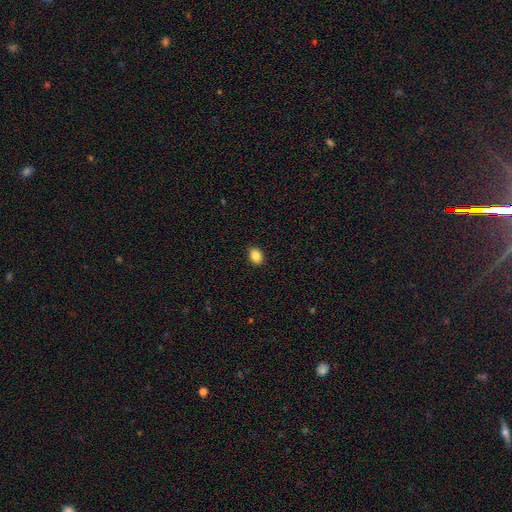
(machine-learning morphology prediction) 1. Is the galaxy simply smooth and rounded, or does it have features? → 87% smooth, 9% star or artifact, 5% featured or disk.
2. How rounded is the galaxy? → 69% in between, 31% round, 1% cigar-shaped.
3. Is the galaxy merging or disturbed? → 90% none, 7% minor disturbance, 2% major disturbance, 1% merger.